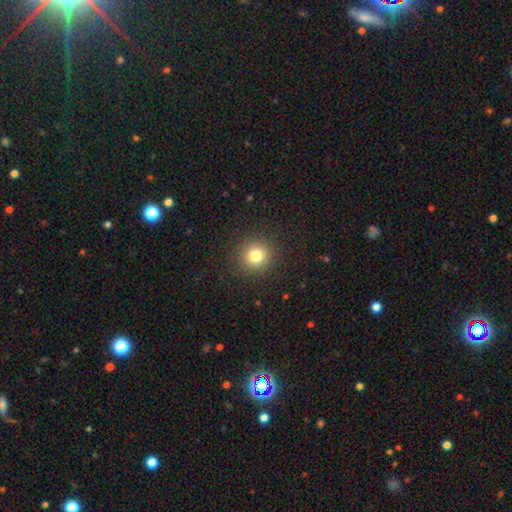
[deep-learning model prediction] Smooth or featured: smooth — 79% (star or artifact — 14%)
How rounded: round — 93% (in between — 6%)
Merging: none — 91% (minor disturbance — 6%)